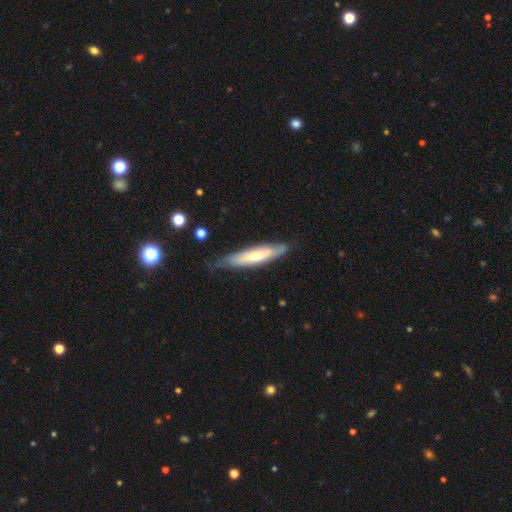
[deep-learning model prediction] Smooth or featured: featured or disk — 51% (smooth — 43%)
Edge-on disk: yes — 68% (no — 32%)
Merging: none — 73% (minor disturbance — 21%)